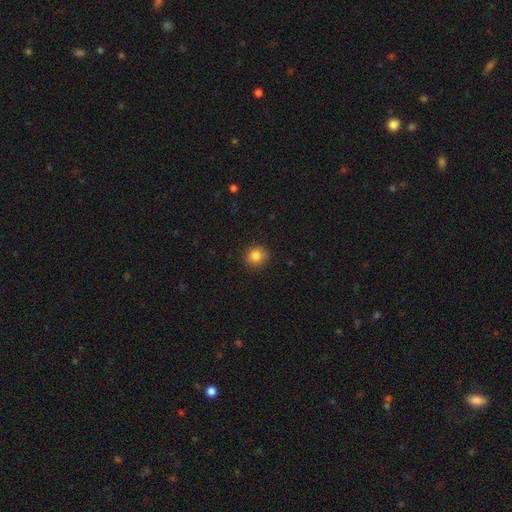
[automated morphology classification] This is clearly a smooth galaxy (84%). How rounded: clearly round (83%). Merging: clearly none (85%).